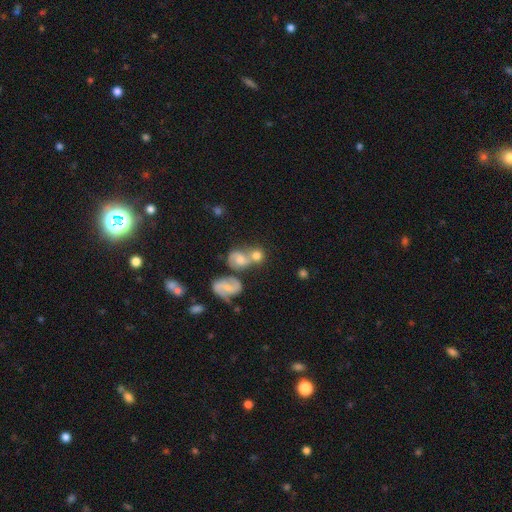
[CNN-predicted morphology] A star or artifact, not a galaxy (44%).